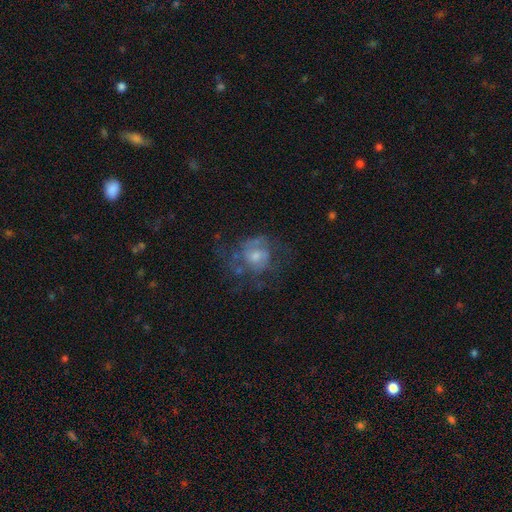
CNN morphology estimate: Smooth or featured? featured or disk (60%)
Edge-on disk? no (97%)
Bar? no (74%)
Spiral arms? yes (59%)
Bulge size? moderate (47%)
Merging? none (51%)